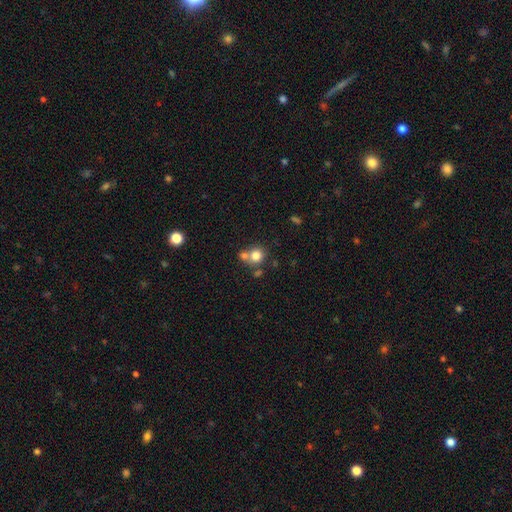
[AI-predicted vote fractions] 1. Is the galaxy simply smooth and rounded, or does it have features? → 78% smooth, 11% star or artifact, 11% featured or disk.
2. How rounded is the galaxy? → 85% round, 15% in between, 1% cigar-shaped.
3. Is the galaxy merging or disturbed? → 49% none, 40% merger, 8% minor disturbance, 3% major disturbance.